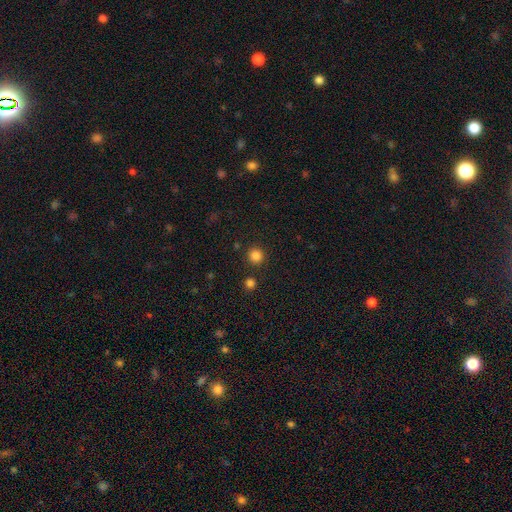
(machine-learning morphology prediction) Q: Smooth or featured?
A: smooth (84%); runner-up: star or artifact (13%)
Q: How rounded?
A: round (93%); runner-up: in between (6%)
Q: Merging?
A: none (88%); runner-up: minor disturbance (6%)